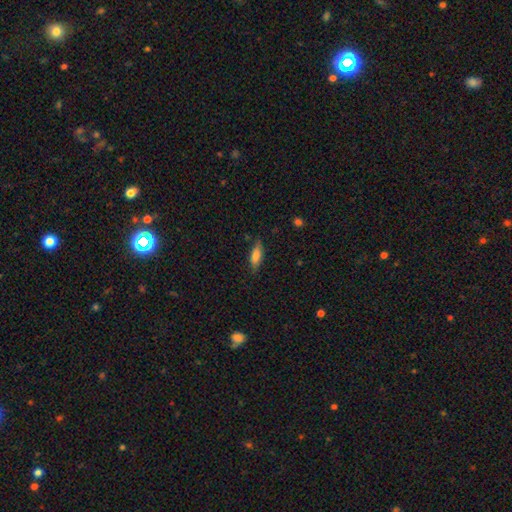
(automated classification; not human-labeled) A smooth galaxy with no disk features (76%) that is in between round and cigar-shaped (60%). Merging: none (80%).